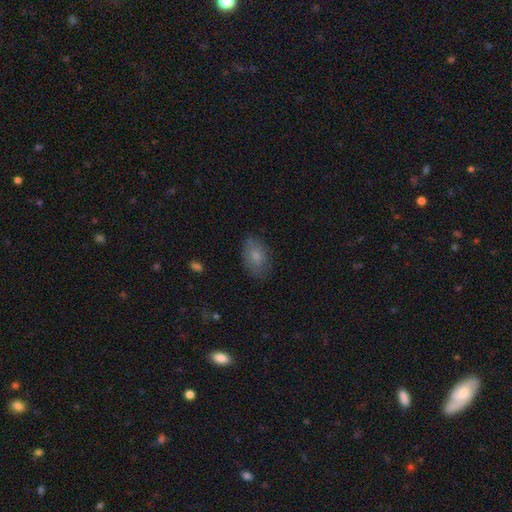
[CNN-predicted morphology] Smooth or featured?
  - smooth: 78% *
  - featured or disk: 14%
  - star or artifact: 8%
How rounded?
  - in between: 87% *
  - round: 12%
  - cigar-shaped: 1%
Merging?
  - none: 77% *
  - minor disturbance: 17%
  - major disturbance: 5%
  - merger: 1%